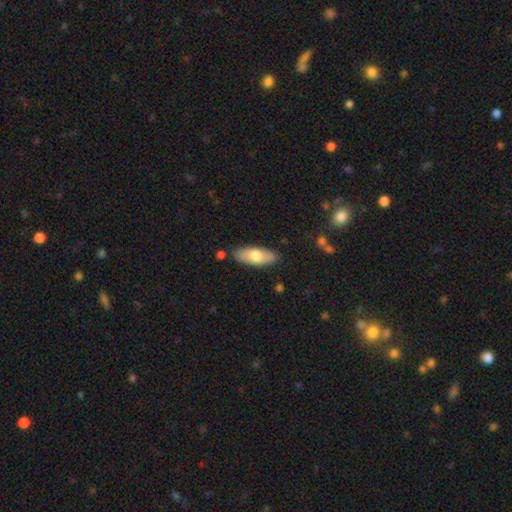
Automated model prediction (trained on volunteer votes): A smooth galaxy with no disk features (70%) that is in between round and cigar-shaped (76%). Merging: none (84%).